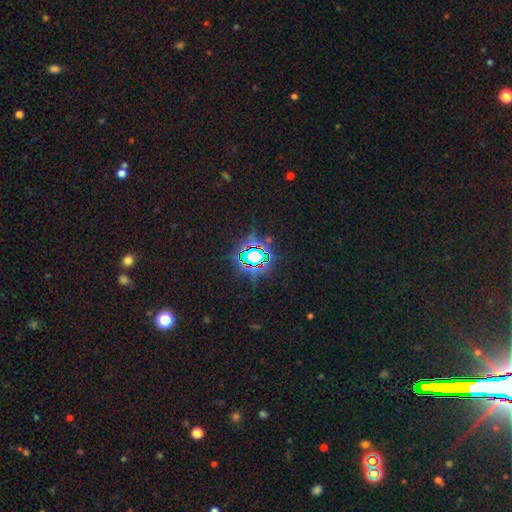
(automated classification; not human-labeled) A star or artifact, not a galaxy (72%).

Vote fractions:
- Smooth or featured? star or artifact: 72% / smooth: 17% / featured or disk: 11%